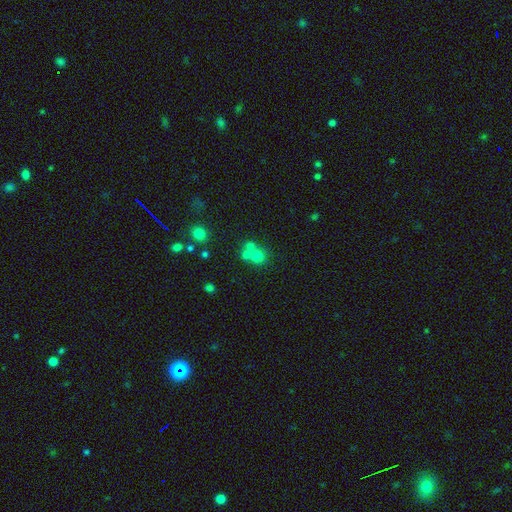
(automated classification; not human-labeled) The model was most divided on "merging": merger: 48%, none: 42%, minor disturbance: 7%, major disturbance: 4%. More confident: how rounded — round (82%); smooth or featured — smooth (66%).